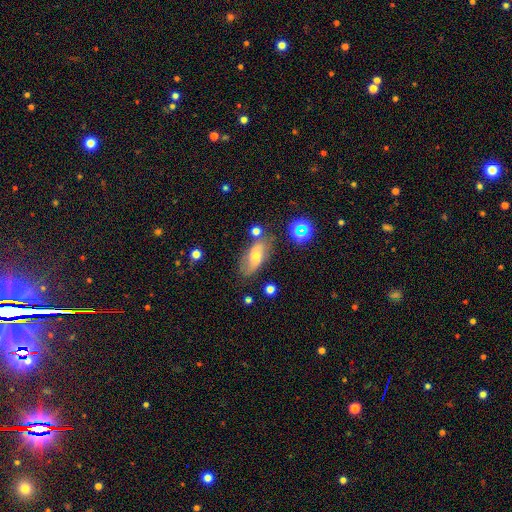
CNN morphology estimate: The model was most divided on "smooth or featured": smooth: 44%, featured or disk: 43%, star or artifact: 12%. More confident: merging — none (67%).